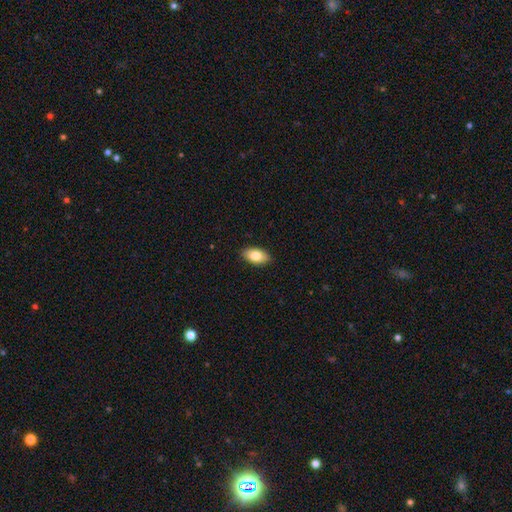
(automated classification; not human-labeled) Smooth or featured? Predicted: smooth (p=0.81). How rounded? Predicted: in between (p=0.93). Merging? Predicted: none (p=0.89).